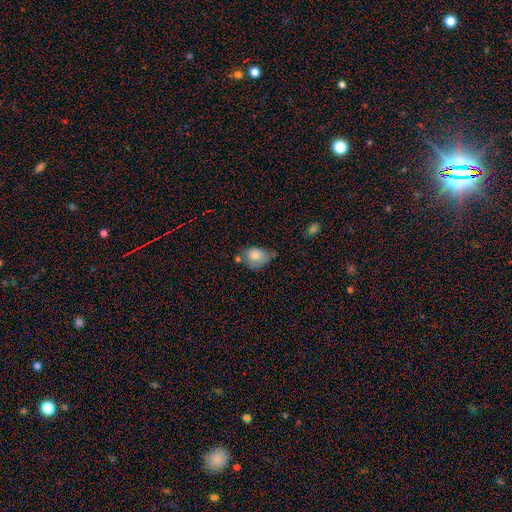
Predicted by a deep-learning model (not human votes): Morphology: type=smooth (78%); roundness=in between (73%); merging=none (37%).